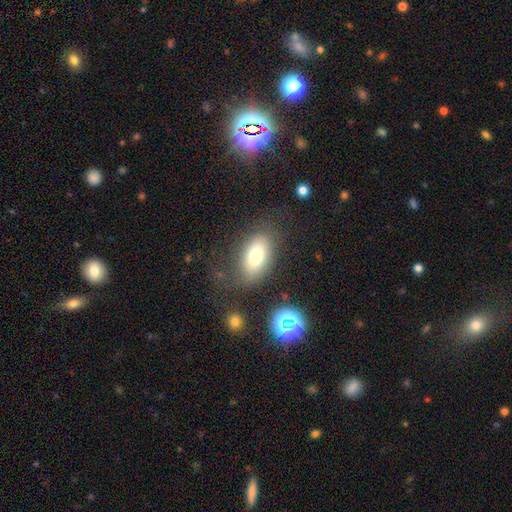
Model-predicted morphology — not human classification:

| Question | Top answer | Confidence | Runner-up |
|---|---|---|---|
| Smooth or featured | smooth | 74% | featured or disk (16%) |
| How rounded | in between | 89% | round (8%) |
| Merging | none | 69% | minor disturbance (17%) |